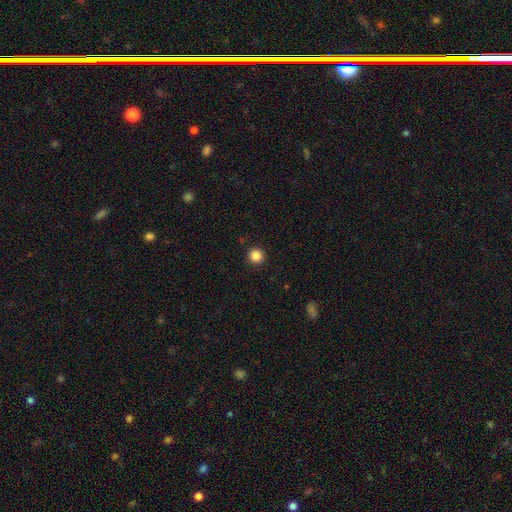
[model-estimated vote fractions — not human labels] smooth-or-featured: smooth: 86% | star or artifact: 11% | featured or disk: 4%
  how-rounded: round: 96% | in between: 3% | cigar-shaped: 1%
  merging: none: 93% | minor disturbance: 4% | major disturbance: 2% | merger: 1%